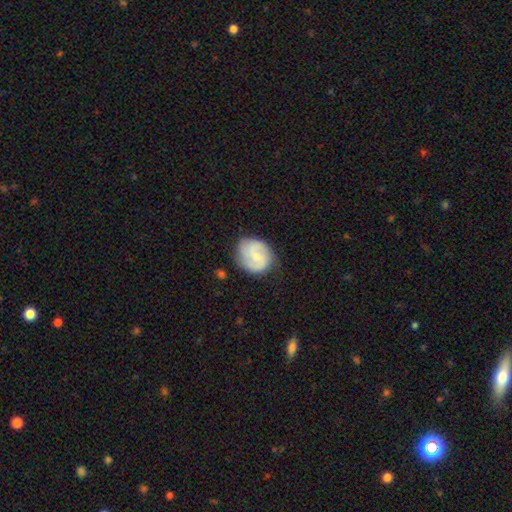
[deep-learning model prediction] This appears to be a featured or disk galaxy (63%) with no bar (49%), 2 (76%) medium (48%) spiral arms (92%) and a small central bulge (57%). Merging: none (75%).